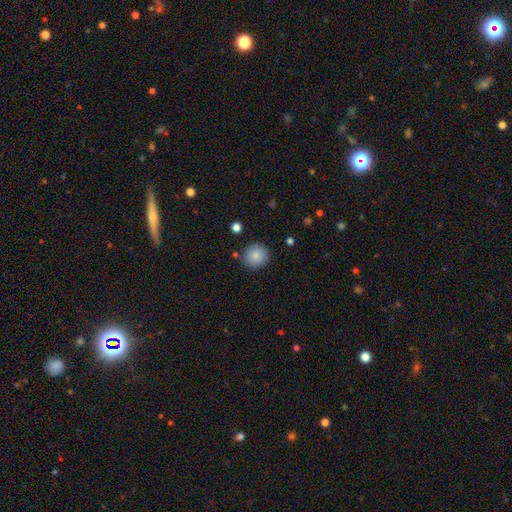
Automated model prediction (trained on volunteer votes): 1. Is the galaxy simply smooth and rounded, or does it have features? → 86% smooth, 8% star or artifact, 5% featured or disk.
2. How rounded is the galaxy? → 91% round, 8% in between, 1% cigar-shaped.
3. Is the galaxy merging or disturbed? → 87% none, 8% minor disturbance, 2% merger, 2% major disturbance.